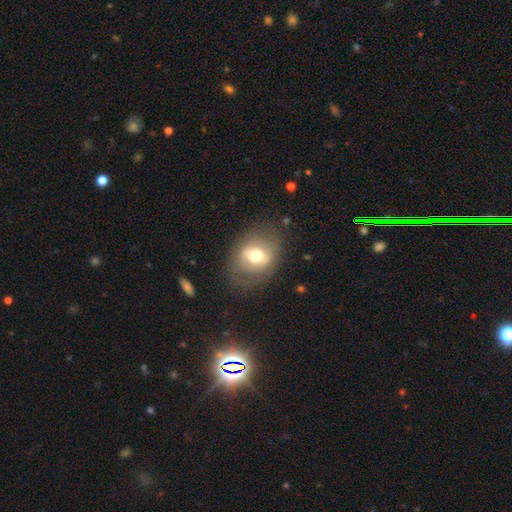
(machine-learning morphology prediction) A smooth galaxy with no disk features (51%) that is in between round and cigar-shaped (59%). Merging: none (75%).